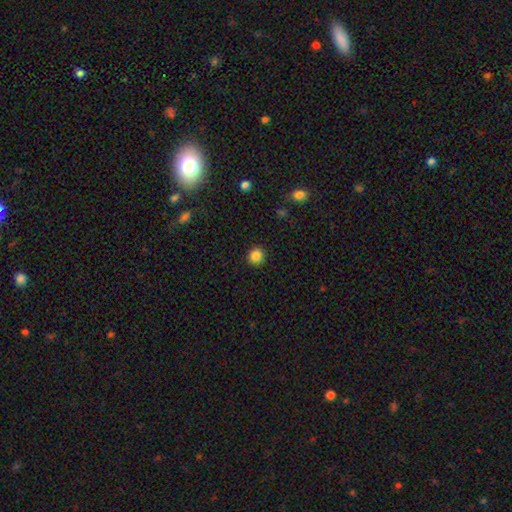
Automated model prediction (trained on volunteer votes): smooth_or_featured: smooth (p=0.86) [alt: star or artifact p=0.11]
how_rounded: round (p=0.92) [alt: in between p=0.07]
merging: none (p=0.92) [alt: minor disturbance p=0.05]